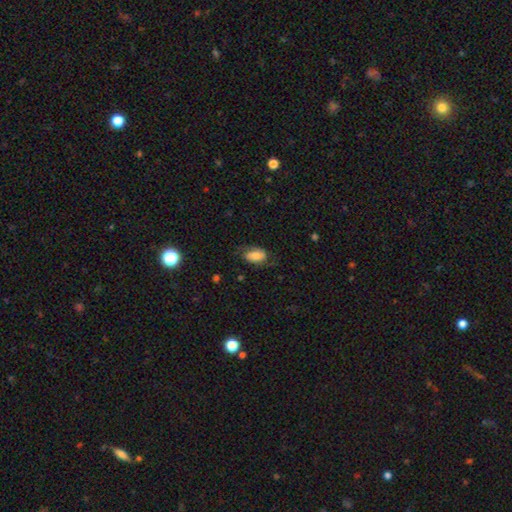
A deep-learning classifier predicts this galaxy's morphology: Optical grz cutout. It shows a smooth galaxy with no disk features (62%) that is in between round and cigar-shaped (90%). Merging: none (61%).